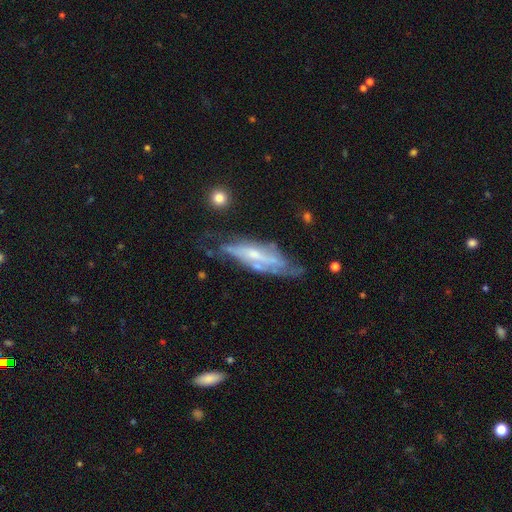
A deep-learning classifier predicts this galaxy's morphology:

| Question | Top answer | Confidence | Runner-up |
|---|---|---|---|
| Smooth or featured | featured or disk | 72% | smooth (20%) |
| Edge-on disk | no | 55% | yes (45%) |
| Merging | none | 45% | minor disturbance (29%) |